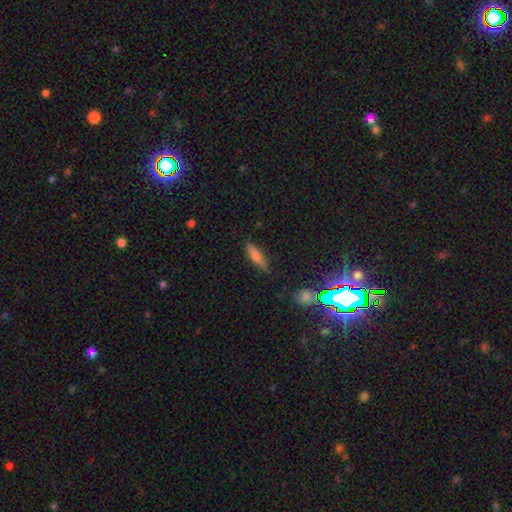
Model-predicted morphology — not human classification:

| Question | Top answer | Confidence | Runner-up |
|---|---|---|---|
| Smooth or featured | smooth | 68% | featured or disk (20%) |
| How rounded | cigar-shaped | 70% | in between (28%) |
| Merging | none | 82% | minor disturbance (13%) |